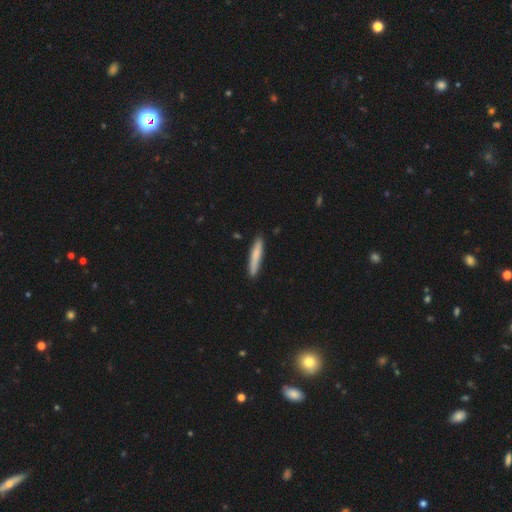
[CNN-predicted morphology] smooth-or-featured: smooth: 77% | featured or disk: 18% | star or artifact: 6%
  how-rounded: cigar-shaped: 94% | in between: 5% | round: 1%
  merging: none: 88% | minor disturbance: 9% | major disturbance: 1% | merger: 1%